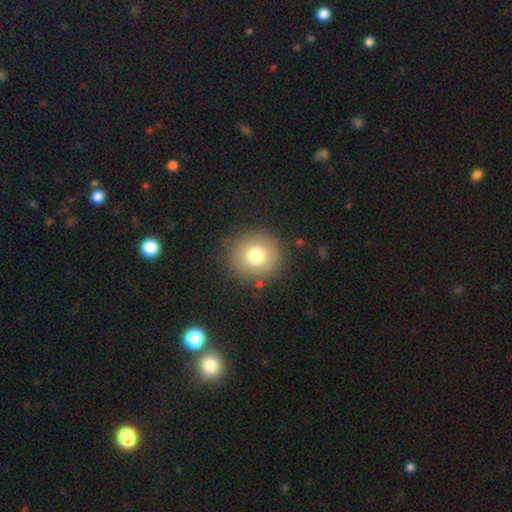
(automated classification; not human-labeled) Smooth or featured? smooth (76%)
How rounded? round (92%)
Merging? none (86%)